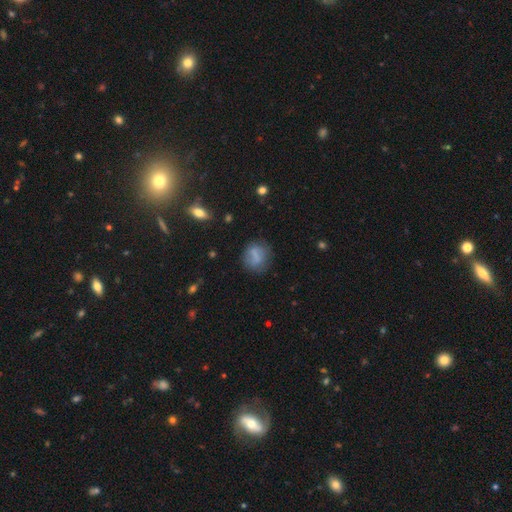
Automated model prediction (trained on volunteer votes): Smooth or featured? smooth (70%)
How rounded? round (65%)
Merging? none (67%)